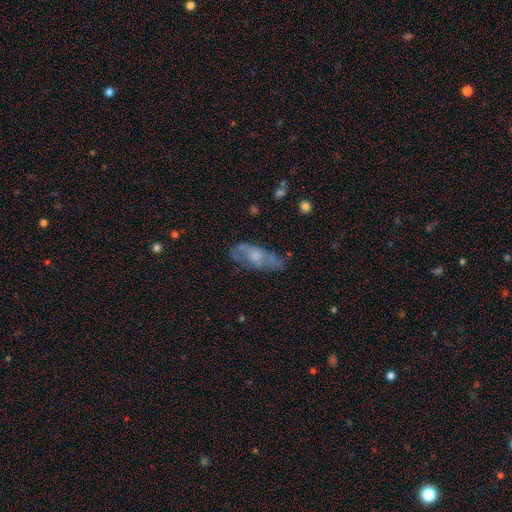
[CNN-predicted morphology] This is possibly a featured or disk galaxy (51%). It is clearly not viewed edge-on (84%). Merging: possibly none (51%).